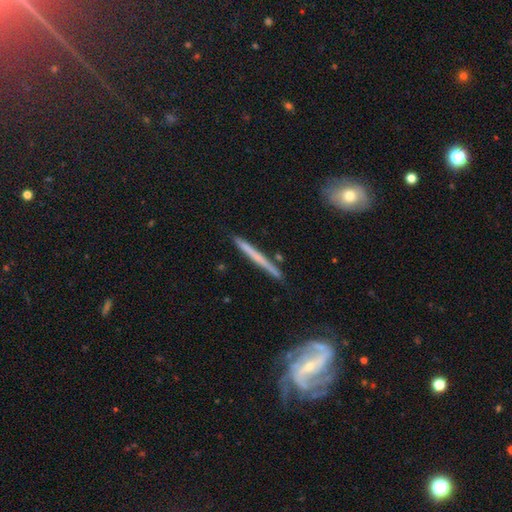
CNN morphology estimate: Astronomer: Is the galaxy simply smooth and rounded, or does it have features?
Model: featured or disk — 57% (runner-up: smooth, 37%).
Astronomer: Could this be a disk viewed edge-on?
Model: yes — 93%.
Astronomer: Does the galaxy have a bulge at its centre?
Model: none — 85%.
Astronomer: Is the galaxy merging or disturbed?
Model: none — 86%.